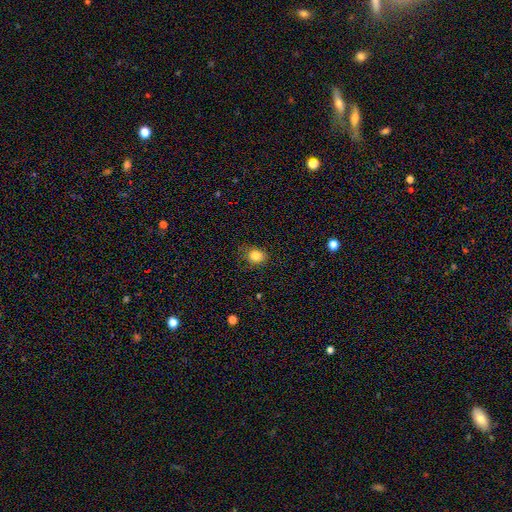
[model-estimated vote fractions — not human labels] smooth 83%, star or artifact 11%, featured or disk 6%. Down the decision tree: how rounded — in between (50%); merging — none (75%).